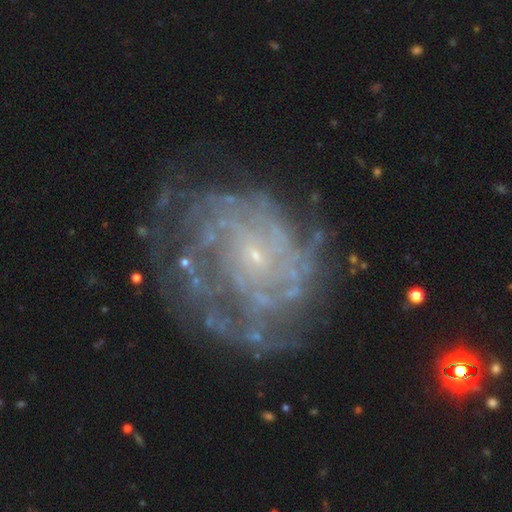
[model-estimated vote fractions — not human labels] Morphology: type=featured or disk (81%); edge-on=no (98%); bar=no (74%); spiral arms=yes (84%); winding=tight (64%); arm count=can't tell (47%); bulge=small (82%); merging=none (63%).